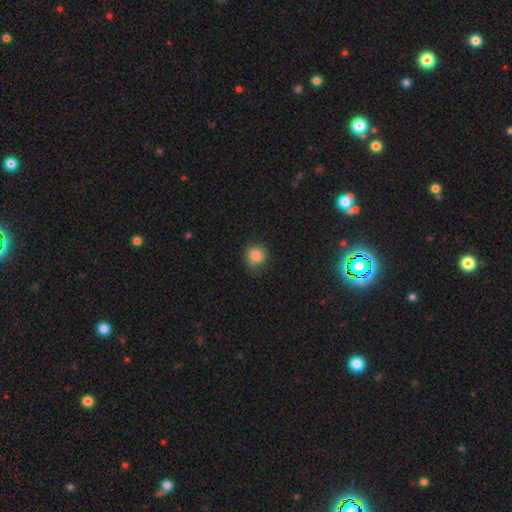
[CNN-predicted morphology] A smooth galaxy with no disk features (84%) that is round (89%). Merging: none (75%).